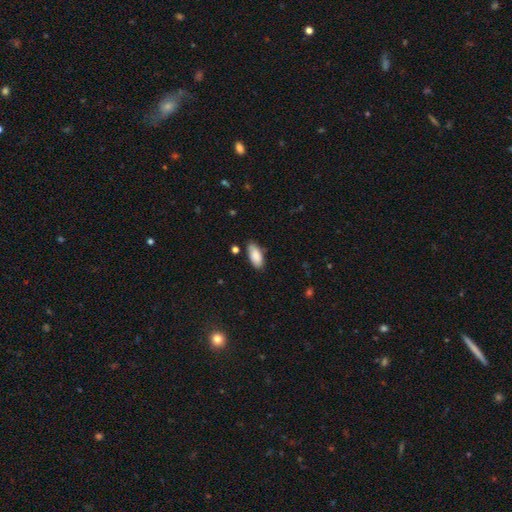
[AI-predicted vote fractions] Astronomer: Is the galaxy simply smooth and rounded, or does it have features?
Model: smooth — 87%.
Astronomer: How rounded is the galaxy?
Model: in between — 87%.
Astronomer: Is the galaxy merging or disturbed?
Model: none — 79%.